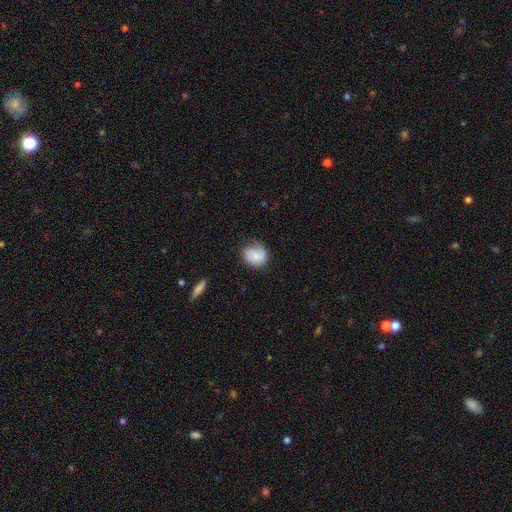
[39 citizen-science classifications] Smooth or featured? smooth (51%)
How rounded? round (65%)
Merging? none (51%)